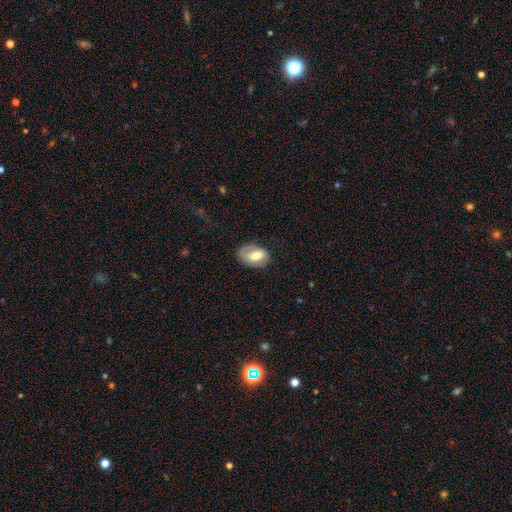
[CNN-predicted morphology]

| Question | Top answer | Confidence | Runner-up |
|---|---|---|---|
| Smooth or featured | smooth | 54% | featured or disk (39%) |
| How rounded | in between | 86% | round (13%) |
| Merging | none | 67% | minor disturbance (23%) |